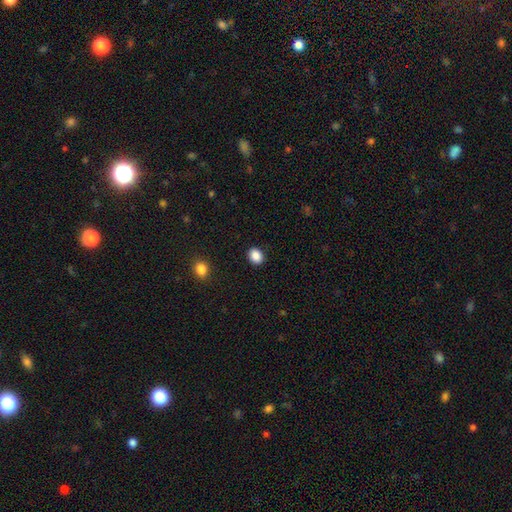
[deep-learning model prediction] Q: Smooth or featured?
A: smooth (88%); runner-up: star or artifact (9%)
Q: How rounded?
A: round (52%); runner-up: in between (47%)
Q: Merging?
A: none (90%); runner-up: minor disturbance (6%)